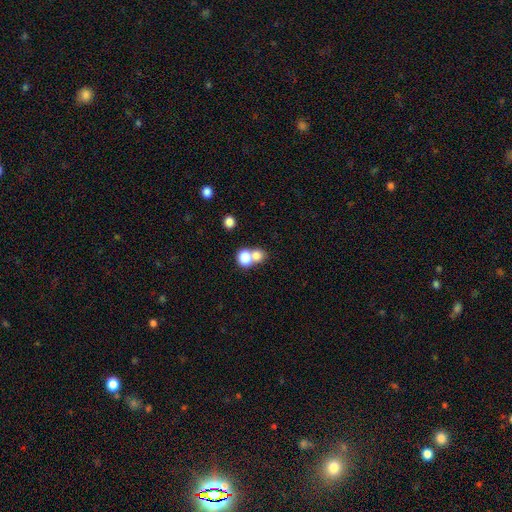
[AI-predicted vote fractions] Overall: smooth (77%). How rounded: round (66%; in between 33%). Merging: merger (63%; none 29%).